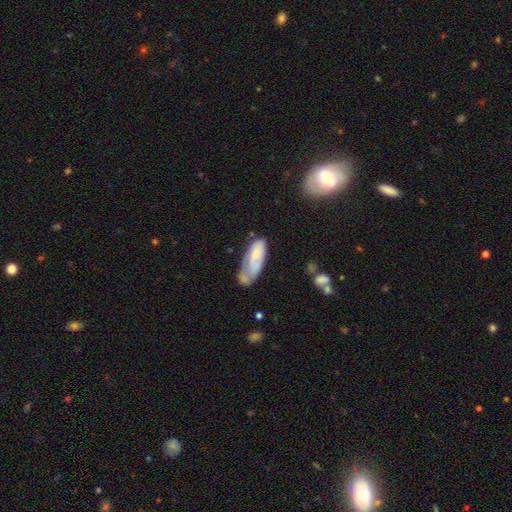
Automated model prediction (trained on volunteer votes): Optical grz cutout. It shows a smooth galaxy with no disk features (59%) that is in between round and cigar-shaped (67%). Merging: none (33%).